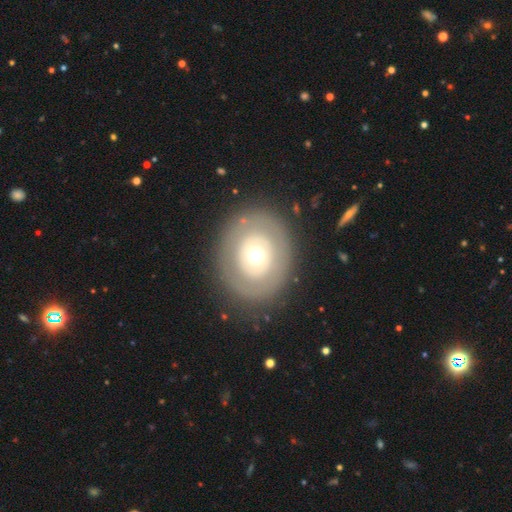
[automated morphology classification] Smooth or featured? Predicted: featured or disk (p=0.51). Edge-on disk? Predicted: no (p=0.95). Merging? Predicted: none (p=0.83).